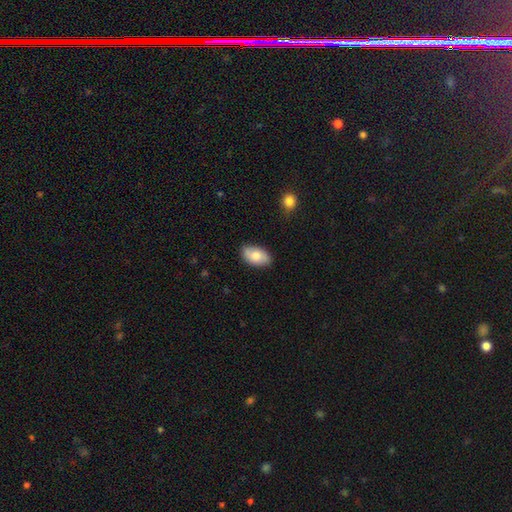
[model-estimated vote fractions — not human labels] A smooth galaxy with no disk features (78%) that is in between round and cigar-shaped (94%). Merging: none (82%).